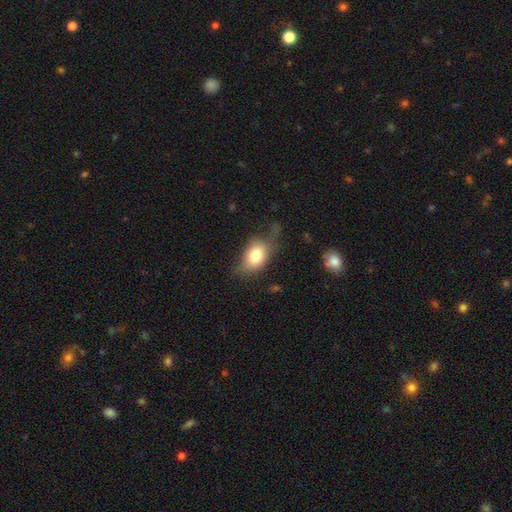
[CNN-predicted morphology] Smooth or featured? smooth (77%)
How rounded? in between (84%)
Merging? none (44%)